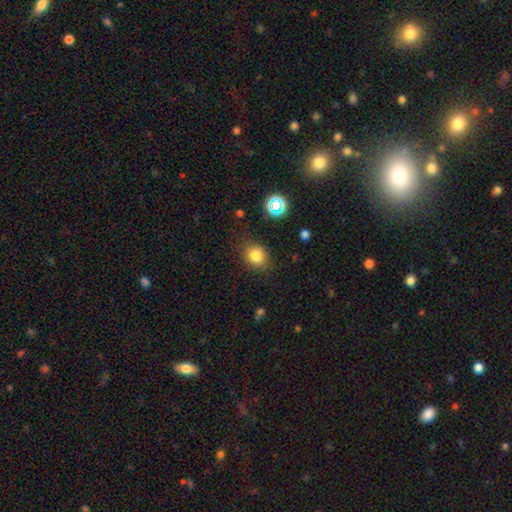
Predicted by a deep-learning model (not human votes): This is likely a smooth galaxy (79%). How rounded: possibly round (54%). Merging: likely none (79%).